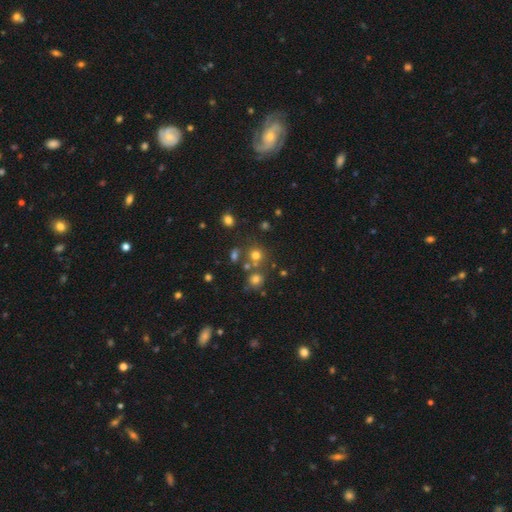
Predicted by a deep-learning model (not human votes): This appears to be a smooth galaxy with no disk features (66%) that is round (86%). Merging: none (66%).